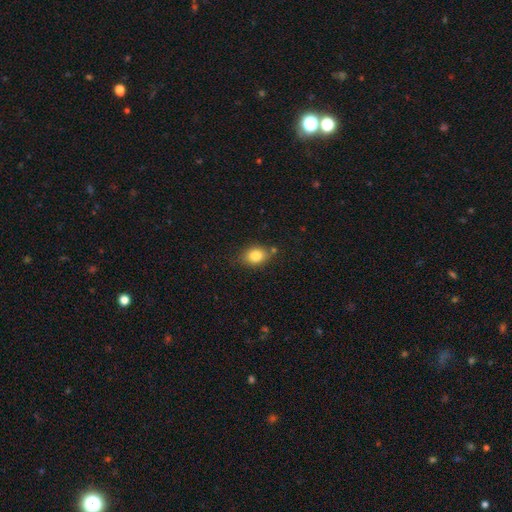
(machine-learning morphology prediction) Q: Smooth or featured?
A: smooth (83%); runner-up: star or artifact (10%)
Q: How rounded?
A: in between (60%); runner-up: round (39%)
Q: Merging?
A: none (75%); runner-up: minor disturbance (15%)